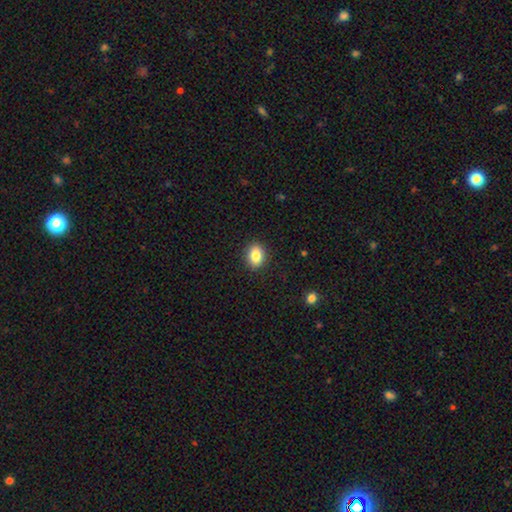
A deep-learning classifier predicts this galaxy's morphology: Smooth or featured?
  - smooth: 85% *
  - star or artifact: 9%
  - featured or disk: 6%
How rounded?
  - in between: 63% *
  - round: 36%
  - cigar-shaped: 1%
Merging?
  - none: 90% *
  - minor disturbance: 7%
  - major disturbance: 2%
  - merger: 1%